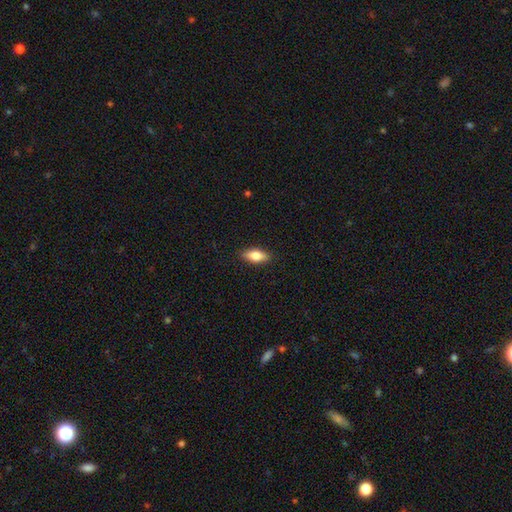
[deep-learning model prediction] smooth_or_featured: smooth (p=0.80) [alt: featured or disk p=0.13]
how_rounded: in between (p=0.82) [alt: cigar-shaped p=0.14]
merging: none (p=0.88) [alt: minor disturbance p=0.09]